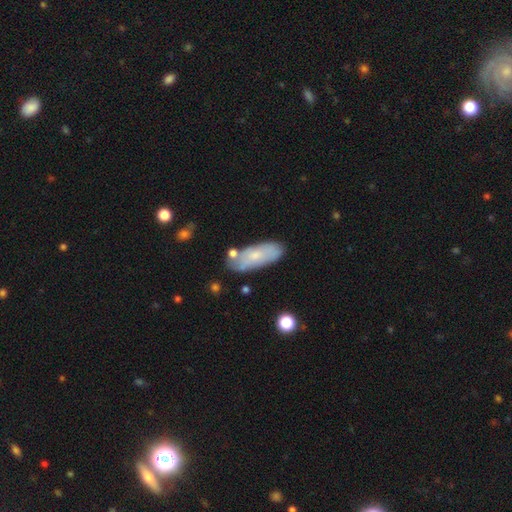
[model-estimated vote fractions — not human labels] Morphology: type=smooth (61%); roundness=in between (79%); merging=none (66%).